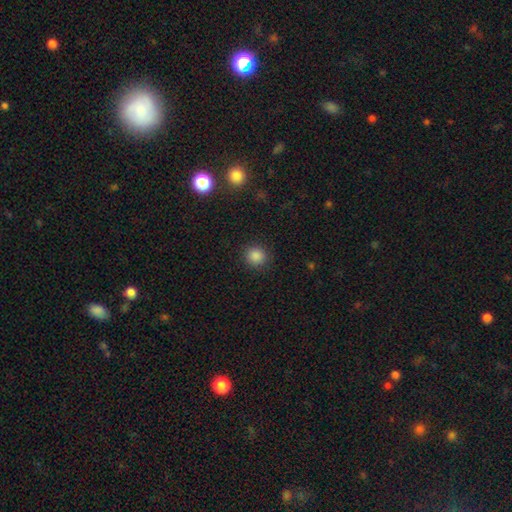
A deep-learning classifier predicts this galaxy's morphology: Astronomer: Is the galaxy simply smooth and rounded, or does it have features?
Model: smooth — 86%.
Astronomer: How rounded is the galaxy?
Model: round — 90%.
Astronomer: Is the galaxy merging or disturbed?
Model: none — 90%.